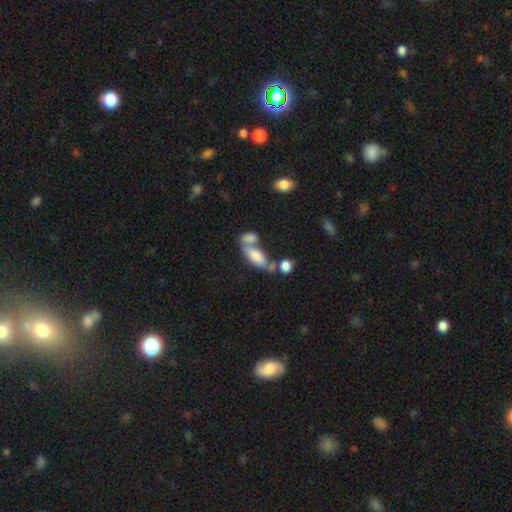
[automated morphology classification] smooth_or_featured: smooth (p=0.72) [alt: featured or disk p=0.21]
how_rounded: in between (p=0.75) [alt: cigar-shaped p=0.22]
merging: merger (p=0.48) [alt: none p=0.33]